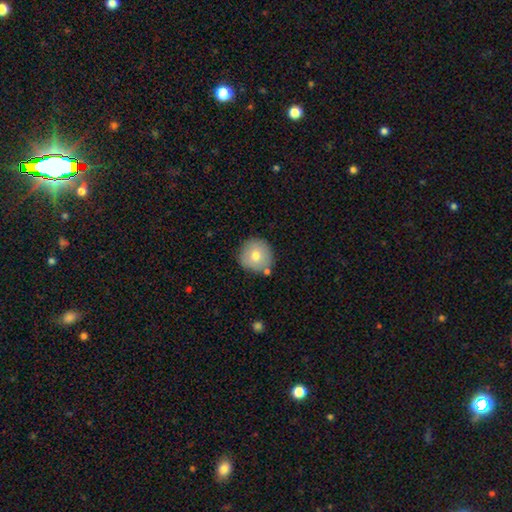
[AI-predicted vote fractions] The model was most divided on "smooth or featured": smooth: 76%, featured or disk: 16%, star or artifact: 8%. More confident: how rounded — round (93%); merging — none (79%).